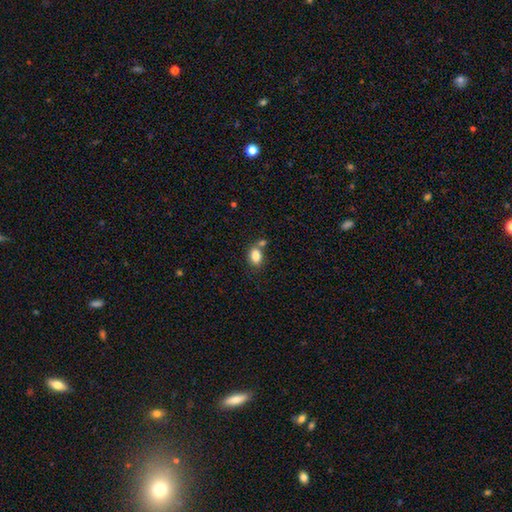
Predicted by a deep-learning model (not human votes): Smooth or featured? Predicted: smooth (p=0.84). How rounded? Predicted: in between (p=0.74). Merging? Predicted: none (p=0.57).